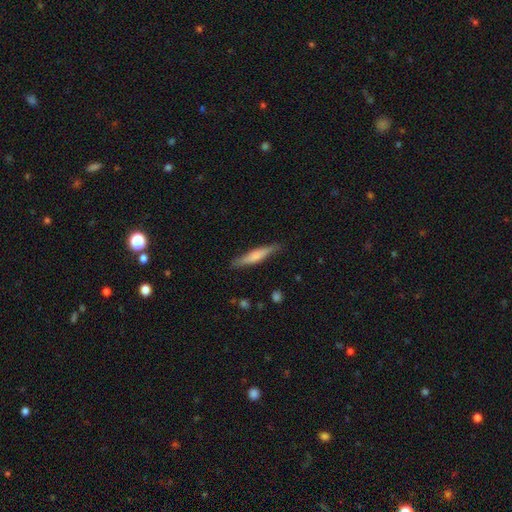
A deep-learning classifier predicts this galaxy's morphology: Smooth or featured: smooth — 58% (featured or disk — 37%)
How rounded: cigar-shaped — 90% (in between — 9%)
Merging: none — 85% (minor disturbance — 11%)